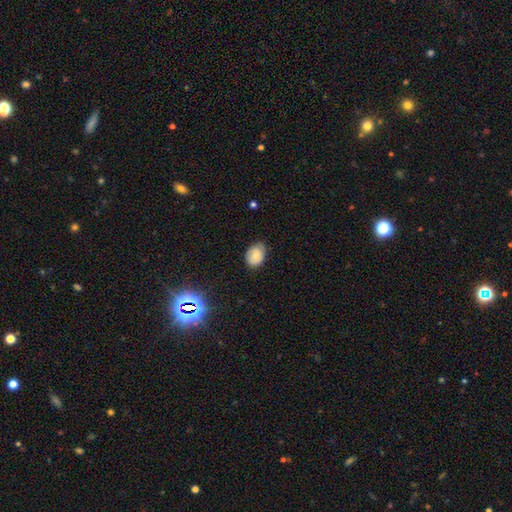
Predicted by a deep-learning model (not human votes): Q: Smooth or featured?
A: smooth (74%); runner-up: featured or disk (16%)
Q: How rounded?
A: in between (66%); runner-up: round (33%)
Q: Merging?
A: none (68%); runner-up: minor disturbance (27%)